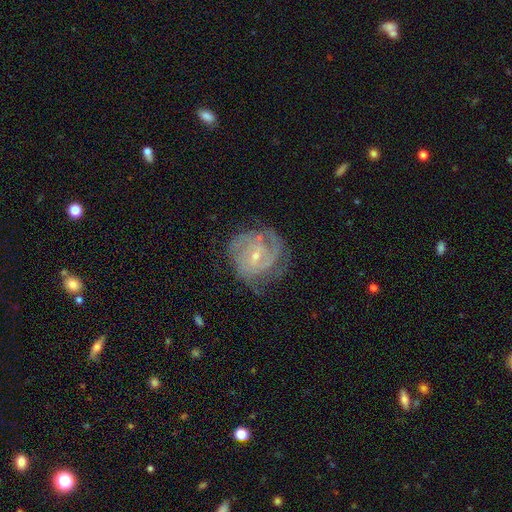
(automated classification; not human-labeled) Q: Smooth or featured?
A: featured or disk (83%); runner-up: smooth (11%)
Q: Edge-on disk?
A: no (98%); runner-up: yes (2%)
Q: Bar?
A: weak (48%); runner-up: no (41%)
Q: Spiral arms?
A: yes (93%); runner-up: no (7%)
Q: Spiral winding?
A: tight (61%); runner-up: medium (32%)
Q: Spiral arm count?
A: can't tell (32%); runner-up: 2 (27%)
Q: Bulge size?
A: small (67%); runner-up: moderate (30%)
Q: Merging?
A: none (64%); runner-up: minor disturbance (22%)